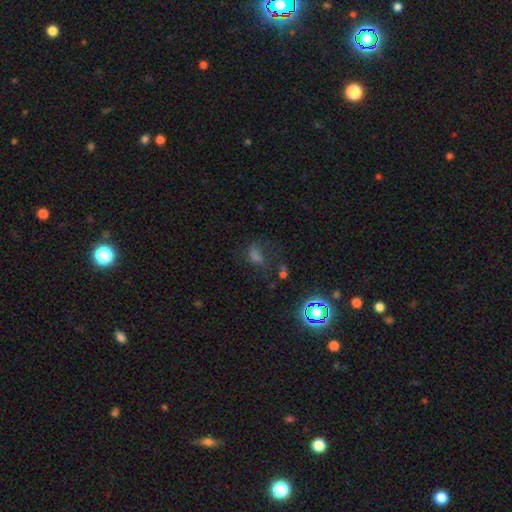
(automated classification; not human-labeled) Smooth or featured? smooth (40%)
Merging? none (48%)